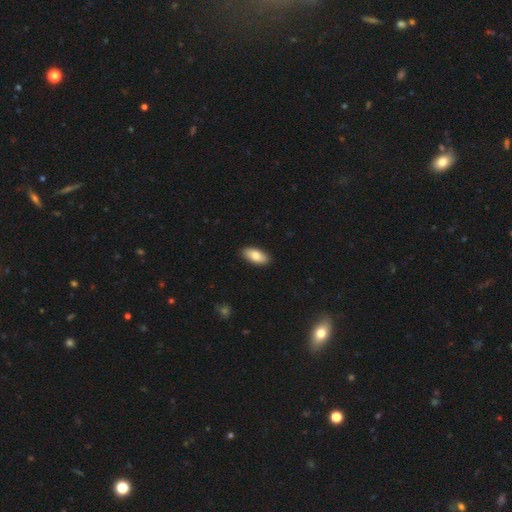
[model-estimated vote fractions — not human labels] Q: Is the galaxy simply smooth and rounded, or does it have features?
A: smooth — 83%.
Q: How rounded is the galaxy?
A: in between — 91%.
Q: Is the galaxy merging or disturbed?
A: none — 90%.